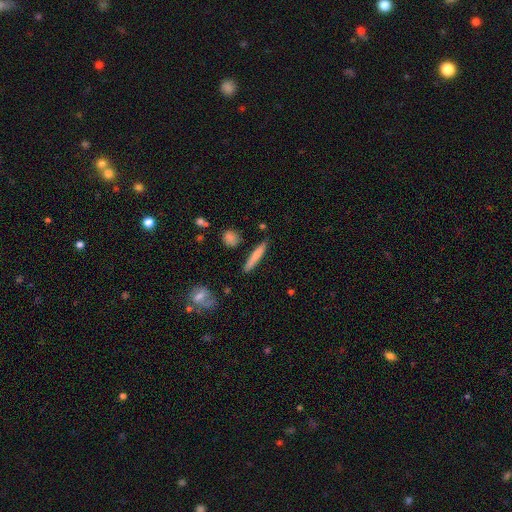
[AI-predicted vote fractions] A smooth galaxy with no disk features (71%) that is cigar-shaped (92%). Merging: none (86%).